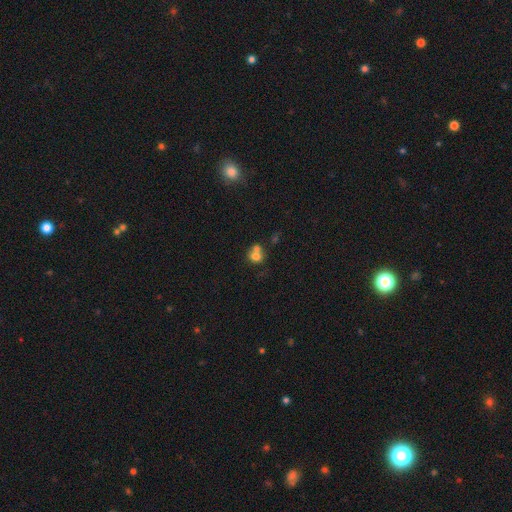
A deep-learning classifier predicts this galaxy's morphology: Q: Smooth or featured?
A: smooth (71%); runner-up: featured or disk (17%)
Q: How rounded?
A: round (75%); runner-up: in between (24%)
Q: Merging?
A: merger (56%); runner-up: none (31%)